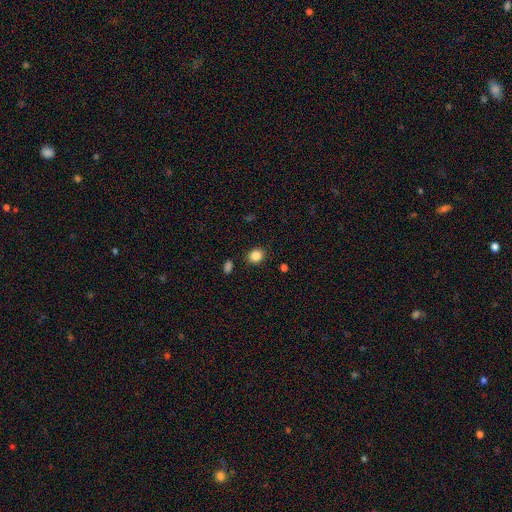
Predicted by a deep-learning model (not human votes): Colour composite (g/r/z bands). It shows a smooth galaxy with no disk features (86%) that is round (73%). Merging: none (87%).